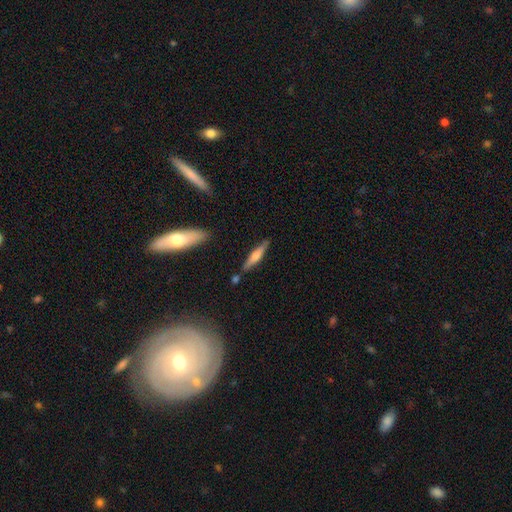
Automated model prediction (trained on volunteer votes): A smooth galaxy with no disk features (48%).

Vote fractions:
- Smooth or featured? smooth: 48% / featured or disk: 46% / star or artifact: 6%
- Merging? none: 81% / minor disturbance: 11% / merger: 5% / major disturbance: 2%